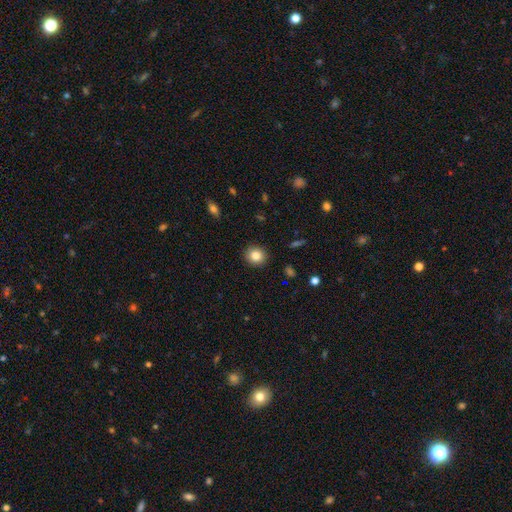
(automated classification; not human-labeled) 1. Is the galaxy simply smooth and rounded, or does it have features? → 83% smooth, 10% star or artifact, 7% featured or disk.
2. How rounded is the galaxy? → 87% round, 12% in between, 1% cigar-shaped.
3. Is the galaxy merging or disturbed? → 91% none, 6% minor disturbance, 2% major disturbance, 1% merger.